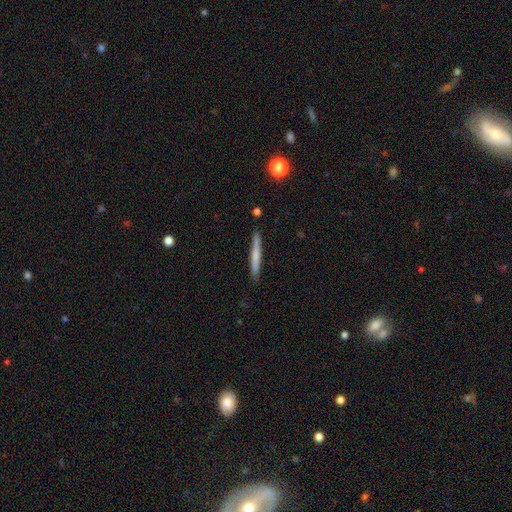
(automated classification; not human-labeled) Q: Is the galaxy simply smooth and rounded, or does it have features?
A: smooth — 64%.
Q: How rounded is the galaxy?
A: cigar-shaped — 96%.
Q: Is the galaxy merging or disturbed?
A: none — 88%.